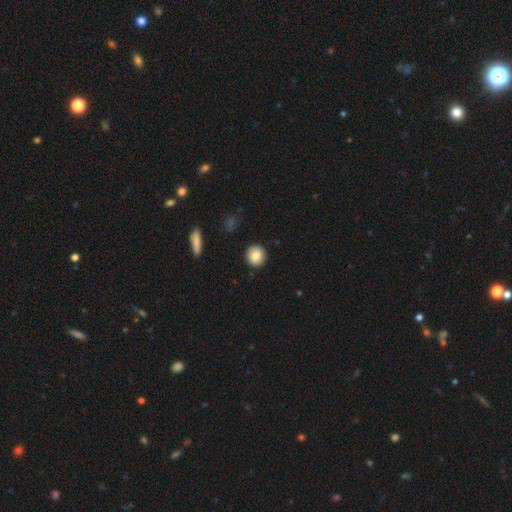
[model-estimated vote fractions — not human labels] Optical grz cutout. It shows a smooth galaxy with no disk features (84%) that is round (91%). Merging: none (91%).